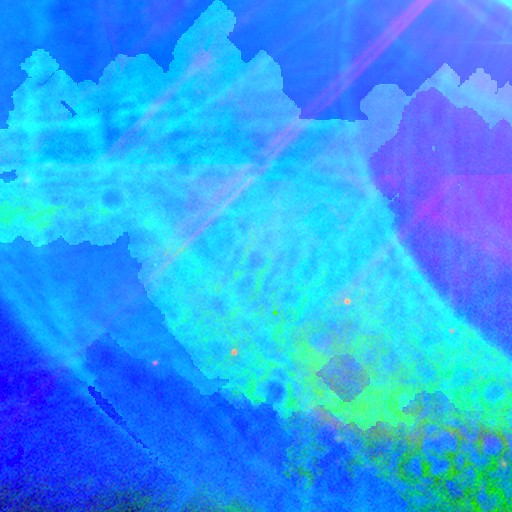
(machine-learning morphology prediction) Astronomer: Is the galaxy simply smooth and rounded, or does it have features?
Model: star or artifact — 84%.